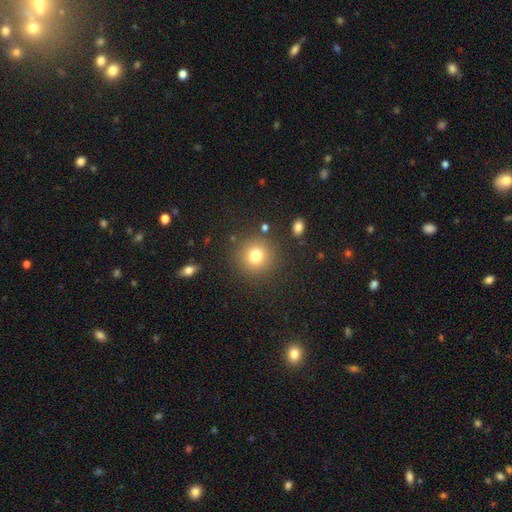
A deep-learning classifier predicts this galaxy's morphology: Smooth or featured? smooth (78%)
How rounded? round (93%)
Merging? none (87%)